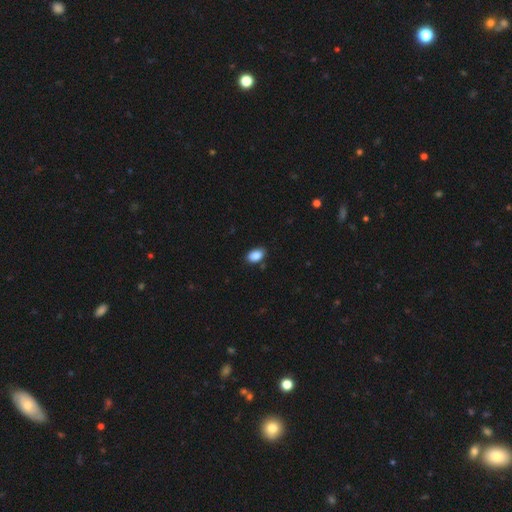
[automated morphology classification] This is clearly a smooth galaxy (88%). How rounded: clearly in between (90%). Merging: clearly none (83%).